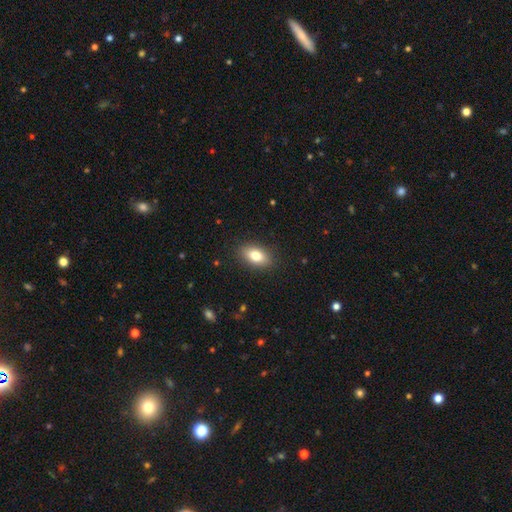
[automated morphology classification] This appears to be a smooth galaxy with no disk features (80%) that is in between round and cigar-shaped (89%). Merging: none (88%).